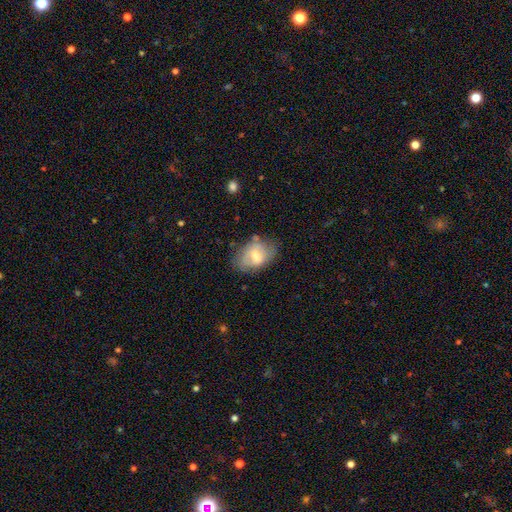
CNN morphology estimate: The model was most divided on "smooth or featured": smooth: 53%, featured or disk: 39%, star or artifact: 7%. More confident: how rounded — in between (84%); merging — none (55%).